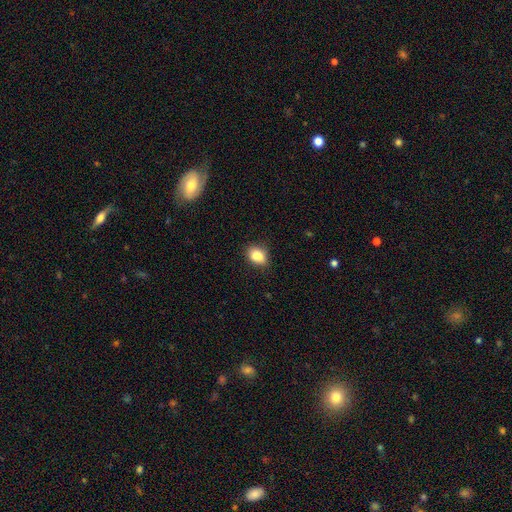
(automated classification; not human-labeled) Smooth or featured?
  - smooth: 84% *
  - star or artifact: 10%
  - featured or disk: 6%
How rounded?
  - in between: 67% *
  - round: 31%
  - cigar-shaped: 2%
Merging?
  - none: 72% *
  - minor disturbance: 22%
  - major disturbance: 4%
  - merger: 2%